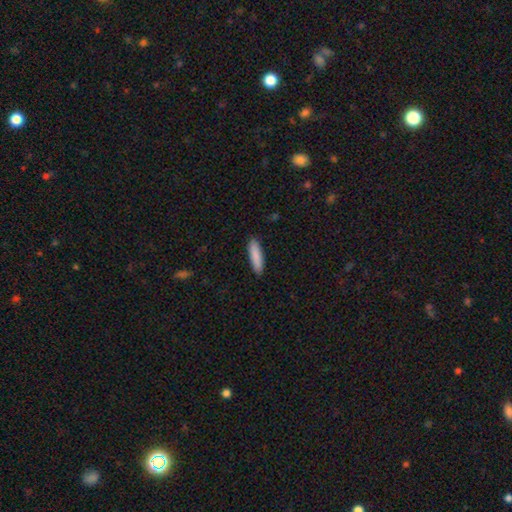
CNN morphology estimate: Smooth or featured?
  - smooth: 88% *
  - featured or disk: 6%
  - star or artifact: 6%
How rounded?
  - cigar-shaped: 75% *
  - in between: 24%
  - round: 1%
Merging?
  - none: 90% *
  - minor disturbance: 8%
  - major disturbance: 2%
  - merger: 1%